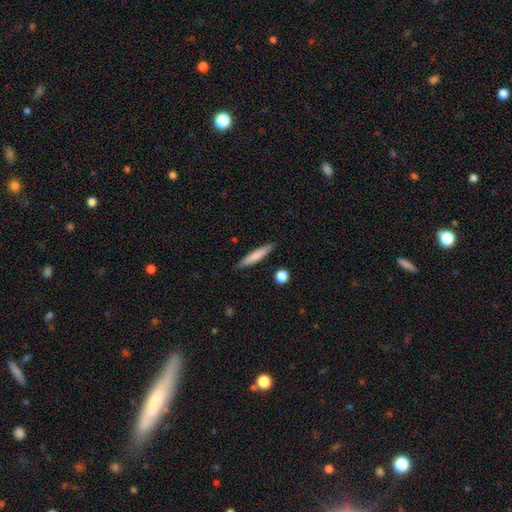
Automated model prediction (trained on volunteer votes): Smooth or featured? Predicted: smooth (p=0.73). How rounded? Predicted: cigar-shaped (p=0.92). Merging? Predicted: none (p=0.88).